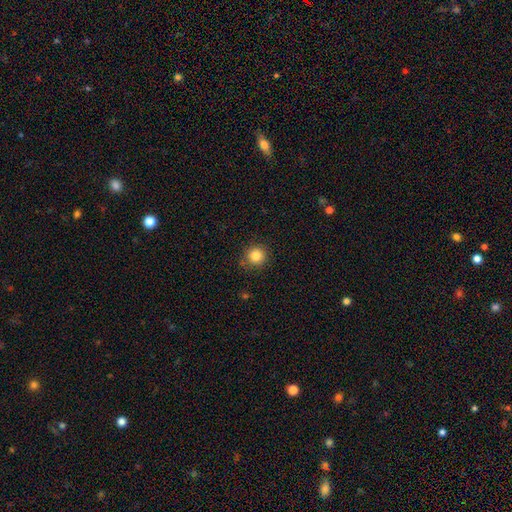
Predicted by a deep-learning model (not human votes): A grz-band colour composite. It shows a smooth galaxy with no disk features (84%) that is round (94%). Merging: none (84%).